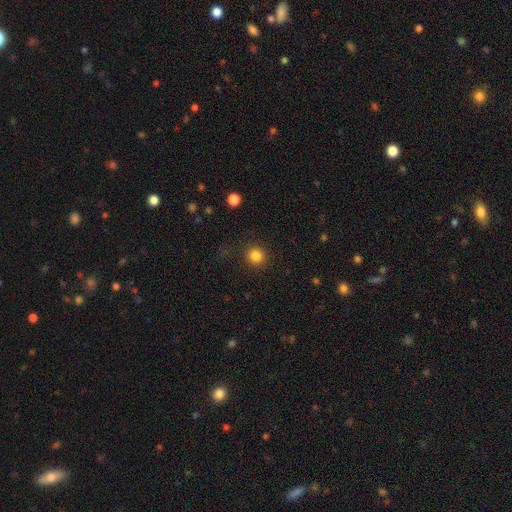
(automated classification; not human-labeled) smooth 84%, star or artifact 12%, featured or disk 4%. Down the decision tree: how rounded — round (93%); merging — none (90%).